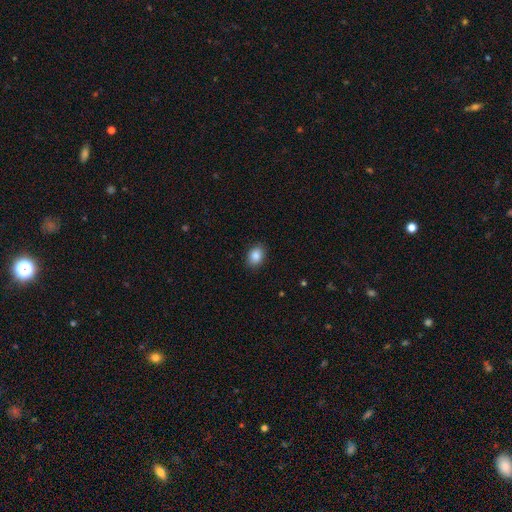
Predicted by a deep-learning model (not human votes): Smooth or featured?
  - smooth: 87% *
  - star or artifact: 8%
  - featured or disk: 4%
How rounded?
  - in between: 71% *
  - round: 28%
  - cigar-shaped: 1%
Merging?
  - none: 88% *
  - minor disturbance: 9%
  - major disturbance: 2%
  - merger: 1%